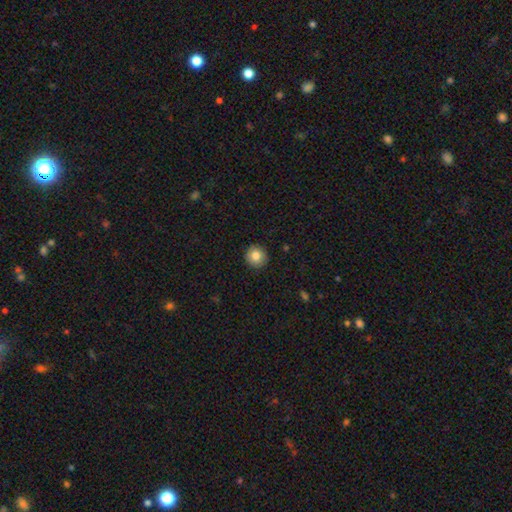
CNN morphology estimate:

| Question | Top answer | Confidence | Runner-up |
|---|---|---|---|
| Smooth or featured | smooth | 82% | star or artifact (9%) |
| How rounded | round | 93% | in between (6%) |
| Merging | none | 91% | minor disturbance (6%) |